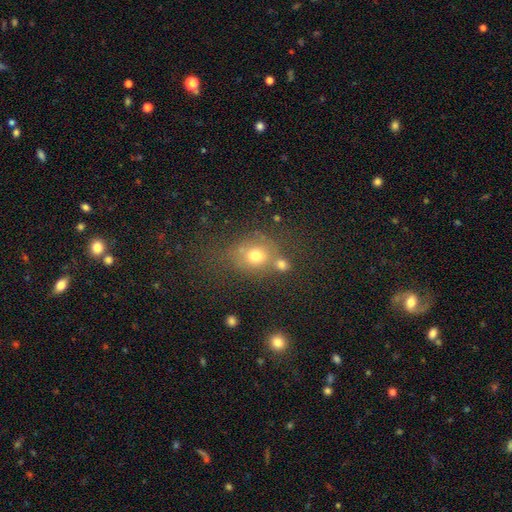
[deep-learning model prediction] Smooth or featured? Predicted: smooth (p=0.69). How rounded? Predicted: round (p=0.61). Merging? Predicted: none (p=0.49).